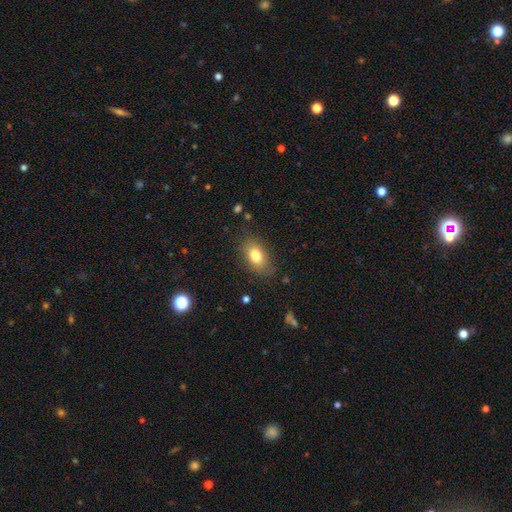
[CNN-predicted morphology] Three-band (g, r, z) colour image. It shows a smooth galaxy with no disk features (80%) that is in between round and cigar-shaped (86%). Merging: none (81%).